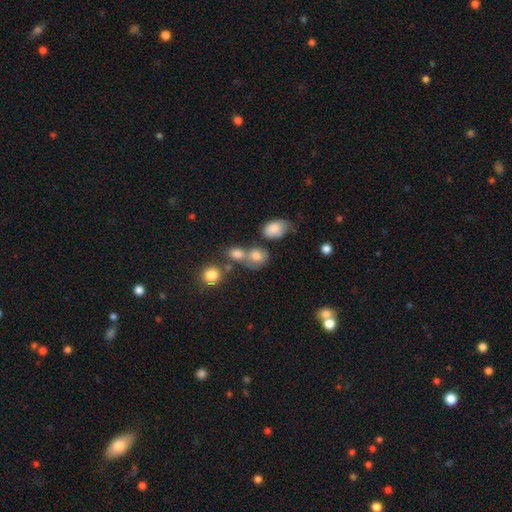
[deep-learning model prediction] This appears to be a smooth galaxy with no disk features (76%) that is round (59%). Merging: none (45%).